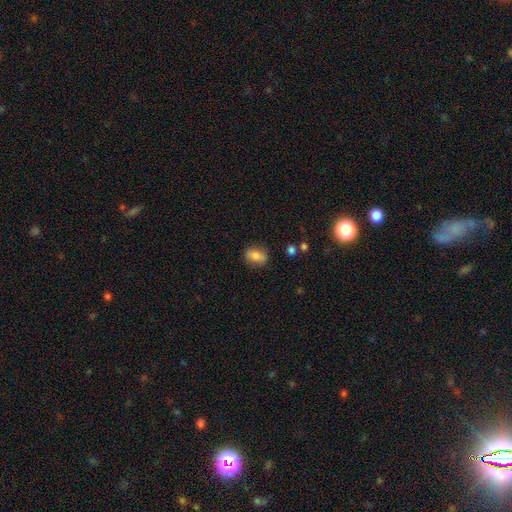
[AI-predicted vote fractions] Q: Smooth or featured?
A: smooth (78%); runner-up: featured or disk (14%)
Q: How rounded?
A: in between (74%); runner-up: round (23%)
Q: Merging?
A: none (81%); runner-up: minor disturbance (14%)